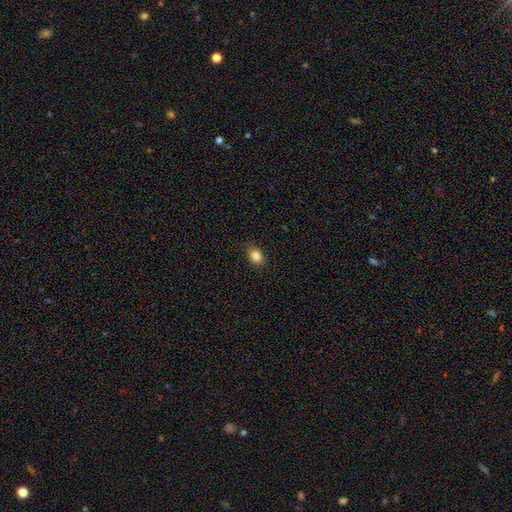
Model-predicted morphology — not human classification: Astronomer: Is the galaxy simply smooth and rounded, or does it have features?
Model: smooth — 85%.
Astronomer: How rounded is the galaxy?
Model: in between — 71%.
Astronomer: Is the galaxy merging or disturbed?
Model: none — 86%.